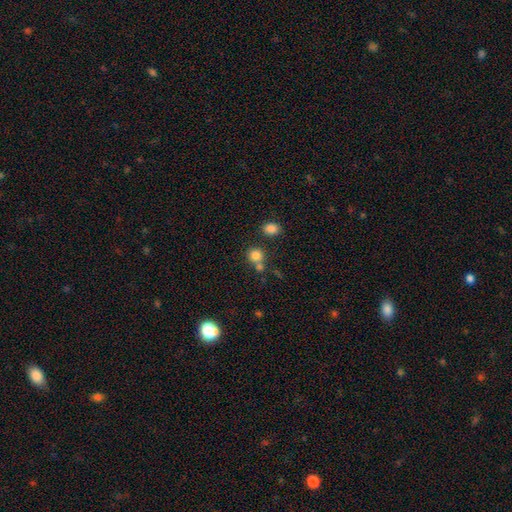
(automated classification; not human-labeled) Smooth or featured: smooth — 81% (star or artifact — 12%)
How rounded: round — 86% (in between — 13%)
Merging: none — 59% (merger — 29%)